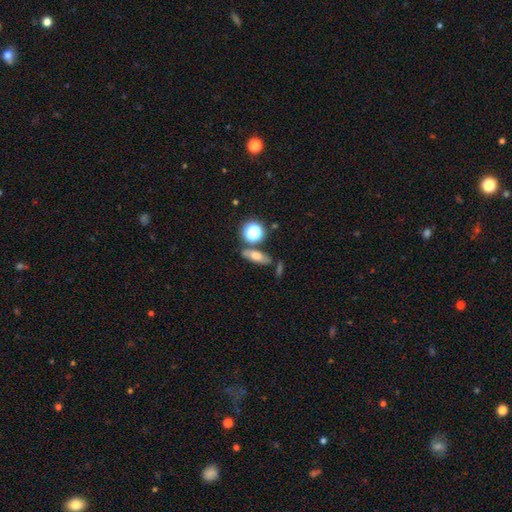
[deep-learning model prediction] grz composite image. It shows a smooth galaxy with no disk features (55%) that is in between round and cigar-shaped (51%). Merging: none (72%).